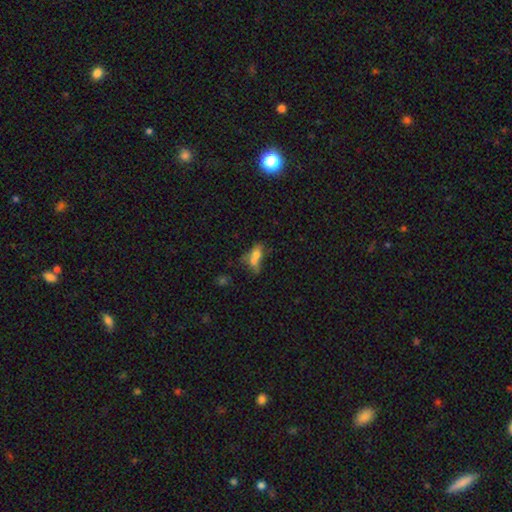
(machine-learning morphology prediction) Smooth or featured: smooth — 62% (featured or disk — 24%)
How rounded: in between — 68% (cigar-shaped — 17%)
Merging: merger — 46% (none — 26%)